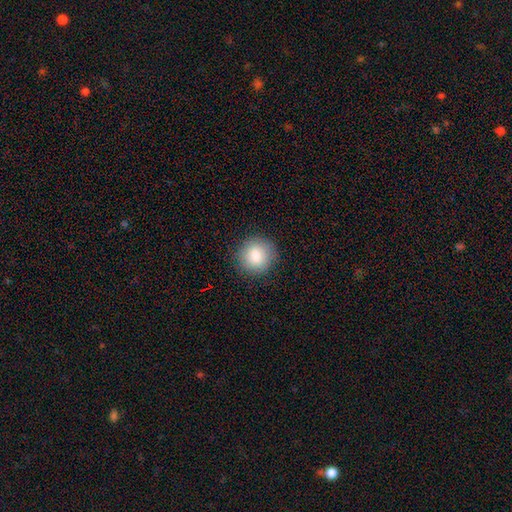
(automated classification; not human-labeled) smooth_or_featured: smooth (p=0.84) [alt: star or artifact p=0.08]
how_rounded: round (p=0.92) [alt: in between p=0.07]
merging: none (p=0.89) [alt: minor disturbance p=0.08]